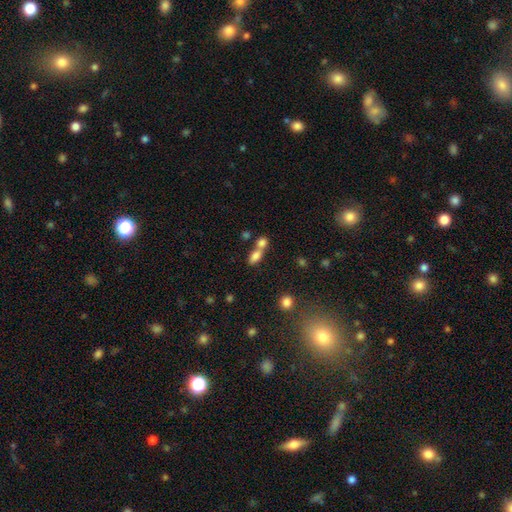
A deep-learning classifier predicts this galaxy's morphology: Smooth or featured? smooth (79%)
How rounded? in between (81%)
Merging? merger (55%)